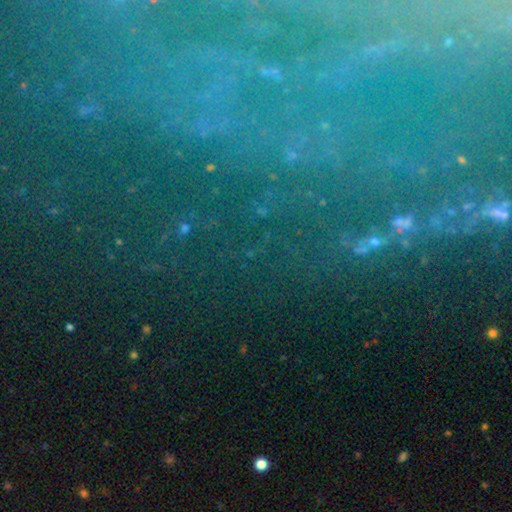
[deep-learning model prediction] Smooth or featured? star or artifact (55%)